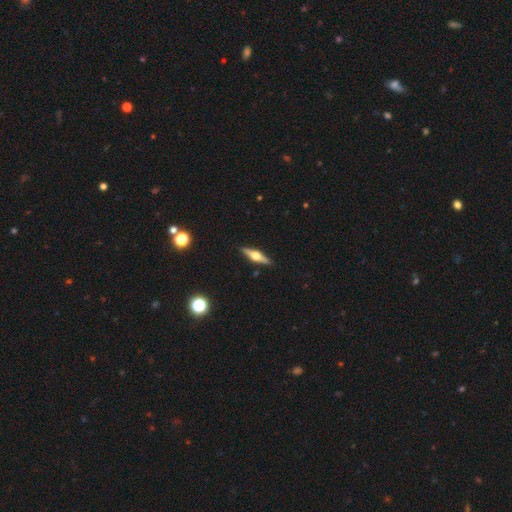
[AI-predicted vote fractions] Q: Smooth or featured?
A: featured or disk (70%); runner-up: smooth (24%)
Q: Edge-on disk?
A: yes (97%); runner-up: no (3%)
Q: Edge-on bulge?
A: rounded (94%); runner-up: boxy (4%)
Q: Merging?
A: none (90%); runner-up: minor disturbance (7%)